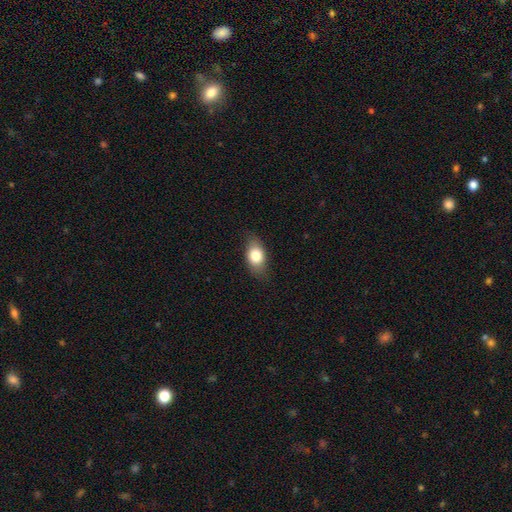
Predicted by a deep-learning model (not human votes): This is likely a smooth galaxy (78%). How rounded: clearly in between (81%). Merging: likely none (76%).